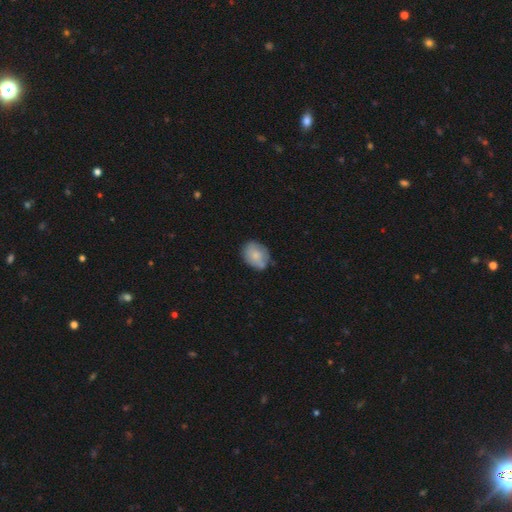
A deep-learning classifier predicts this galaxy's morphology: Smooth or featured? smooth (75%)
How rounded? in between (64%)
Merging? none (66%)